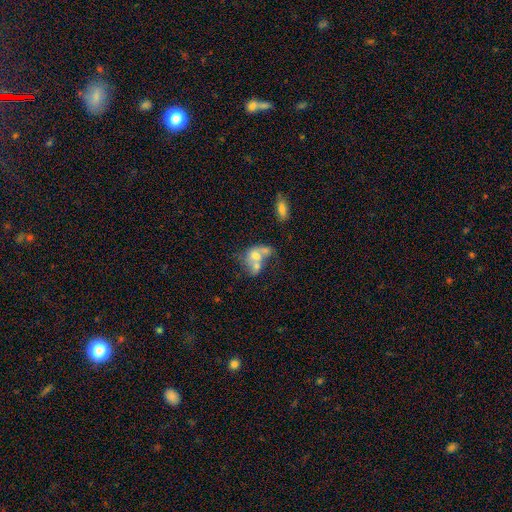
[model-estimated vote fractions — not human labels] A smooth galaxy with no disk features (52%) that is in between round and cigar-shaped (69%). Merging: merger (65%).